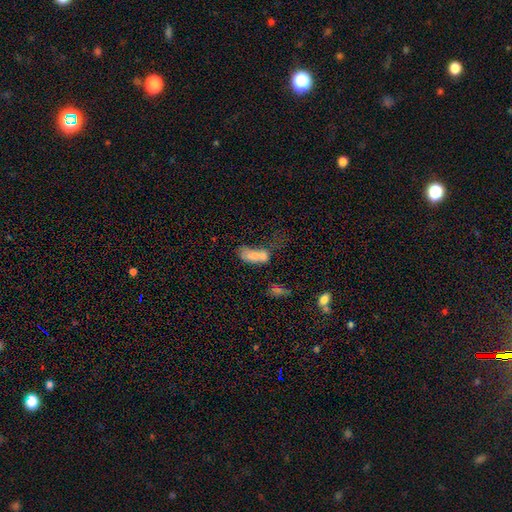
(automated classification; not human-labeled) This is likely a smooth galaxy (71%). How rounded: clearly in between (82%). Merging: possibly merger (49%).